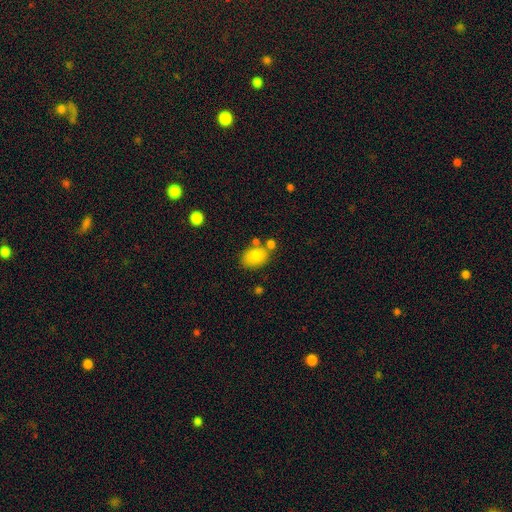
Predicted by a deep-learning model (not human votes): smooth 81%, featured or disk 10%, star or artifact 9%. Down the decision tree: how rounded — in between (78%); merging — none (64%).